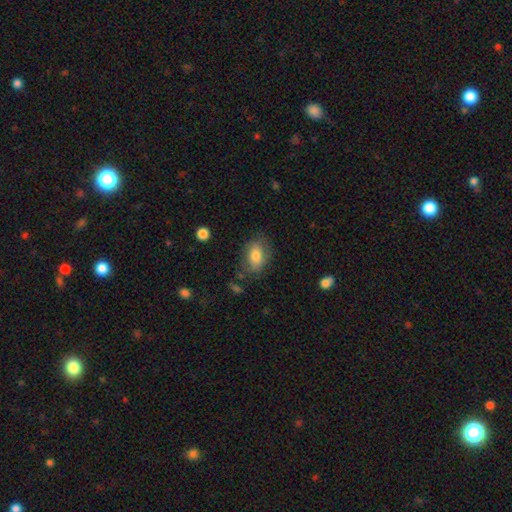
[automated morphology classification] Overall: smooth (77%). How rounded: in between (84%). Merging: none (69%).